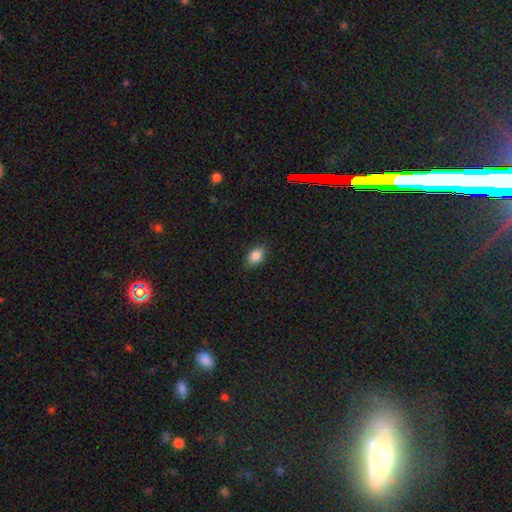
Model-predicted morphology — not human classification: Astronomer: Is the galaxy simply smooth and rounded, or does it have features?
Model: smooth — 86%.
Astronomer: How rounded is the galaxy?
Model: in between — 83%.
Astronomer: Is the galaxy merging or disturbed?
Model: none — 85%.